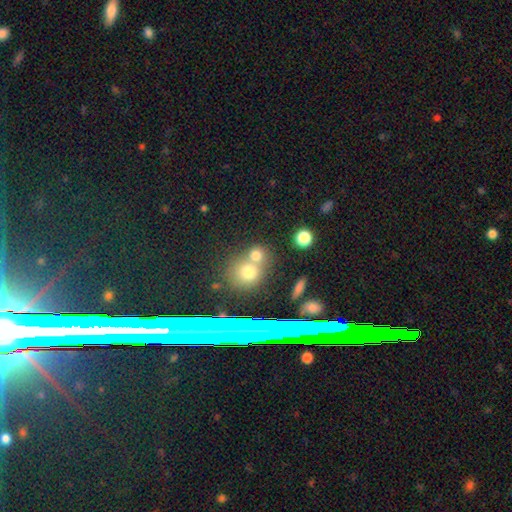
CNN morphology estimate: smooth 69%, star or artifact 19%, featured or disk 12%. Down the decision tree: how rounded — round (78%); merging — none (45%, tied with merger).